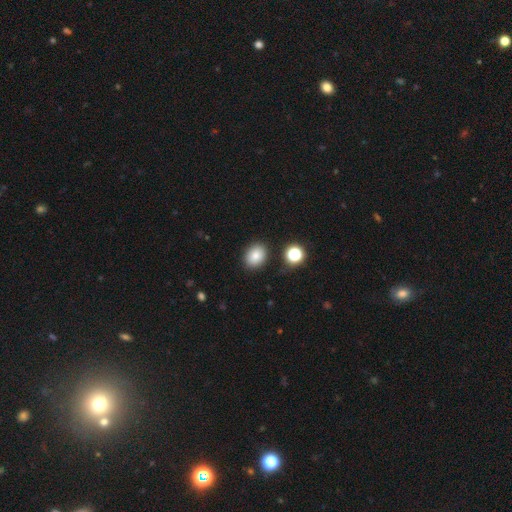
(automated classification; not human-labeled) Morphology: type=smooth (83%); roundness=in between (56%); merging=none (86%).